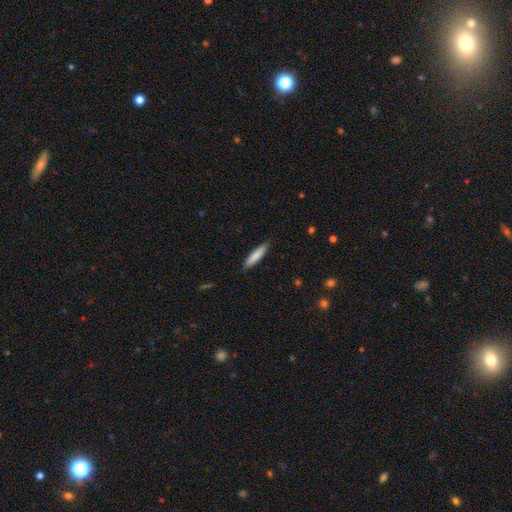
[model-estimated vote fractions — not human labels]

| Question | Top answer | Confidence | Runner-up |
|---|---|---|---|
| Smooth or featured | smooth | 83% | featured or disk (11%) |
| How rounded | cigar-shaped | 82% | in between (17%) |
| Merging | none | 87% | minor disturbance (10%) |